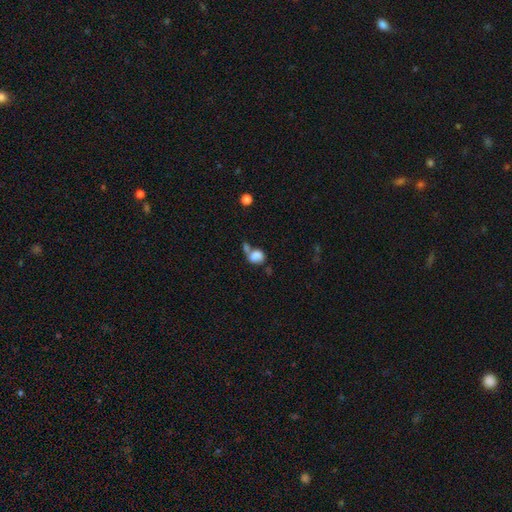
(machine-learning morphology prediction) Overall: smooth (76%). How rounded: in between (56%; round 43%). Merging: merger (51%; none 26%).